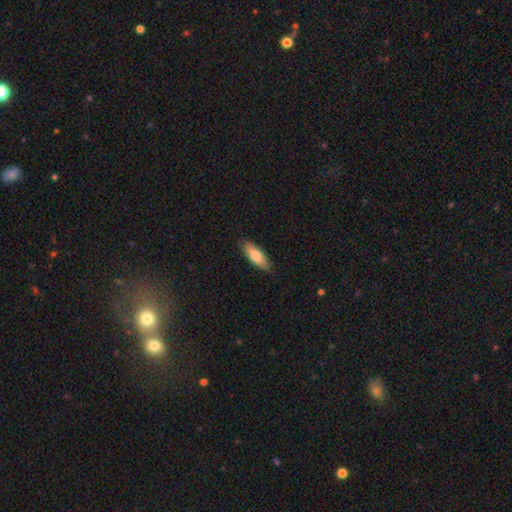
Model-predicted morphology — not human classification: Smooth or featured? smooth (79%)
How rounded? in between (61%)
Merging? none (86%)